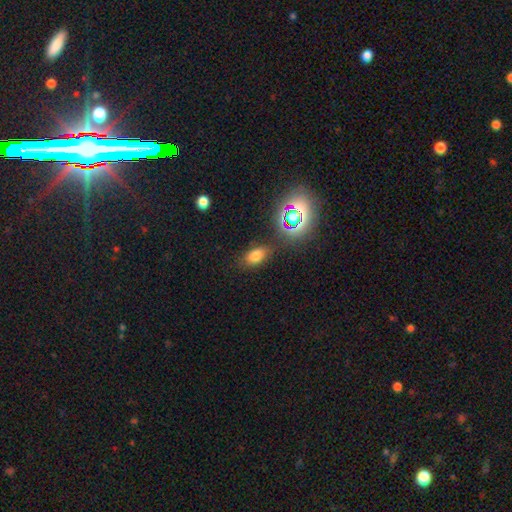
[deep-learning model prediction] Smooth or featured?
  - smooth: 70% *
  - star or artifact: 21%
  - featured or disk: 9%
How rounded?
  - in between: 83% *
  - round: 14%
  - cigar-shaped: 3%
Merging?
  - none: 77% *
  - minor disturbance: 13%
  - merger: 5%
  - major disturbance: 4%